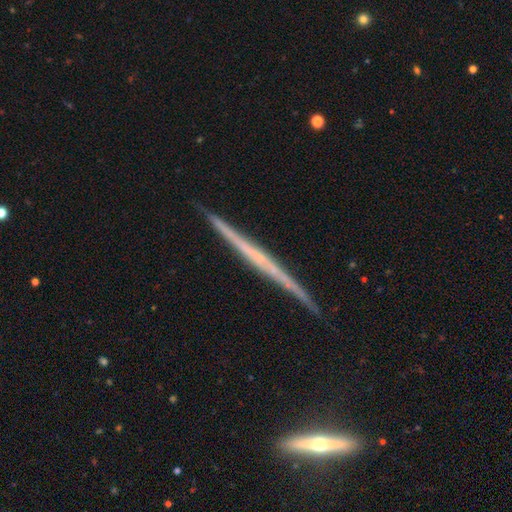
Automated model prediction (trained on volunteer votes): smooth_or_featured: featured or disk (p=0.76) [alt: smooth p=0.19]
disk_edge_on: yes (p=0.98) [alt: no p=0.02]
edge_on_bulge: none (p=0.78) [alt: rounded p=0.16]
merging: none (p=0.89) [alt: minor disturbance p=0.08]